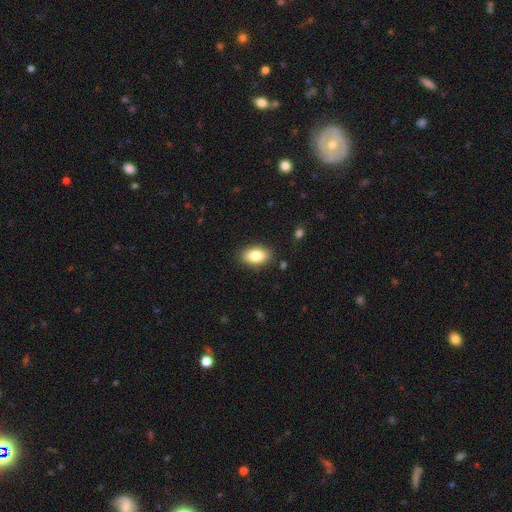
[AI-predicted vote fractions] This is clearly a smooth galaxy (82%). How rounded: clearly in between (90%). Merging: clearly none (86%).